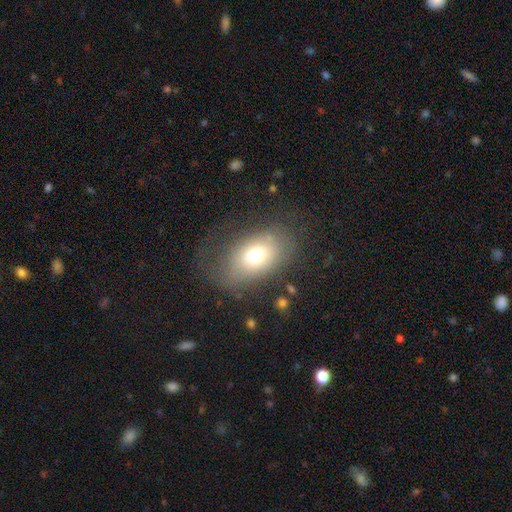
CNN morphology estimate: smooth-or-featured: smooth: 67% | featured or disk: 22% | star or artifact: 11%
  how-rounded: in between: 81% | round: 17% | cigar-shaped: 1%
  merging: none: 54% | minor disturbance: 22% | major disturbance: 22% | merger: 2%